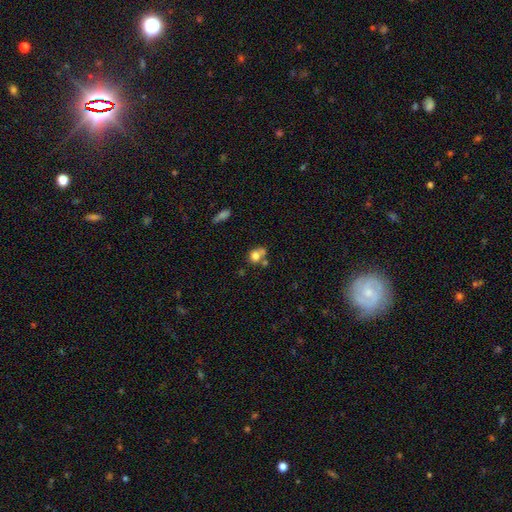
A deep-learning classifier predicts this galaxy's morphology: Smooth or featured: smooth — 74% (featured or disk — 15%)
How rounded: round — 68% (in between — 30%)
Merging: merger — 41% (none — 37%)